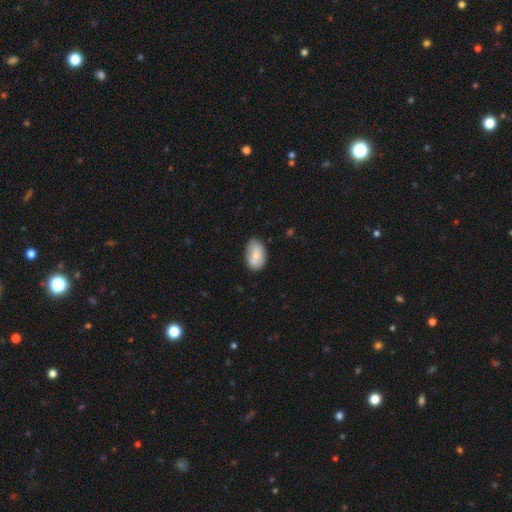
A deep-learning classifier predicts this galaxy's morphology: A smooth galaxy with no disk features (76%) that is in between round and cigar-shaped (91%).

Vote fractions:
- Smooth or featured? smooth: 76% / featured or disk: 17% / star or artifact: 7%
- How rounded? in between: 91% / round: 7% / cigar-shaped: 1%
- Merging? none: 68% / minor disturbance: 25% / major disturbance: 4% / merger: 3%